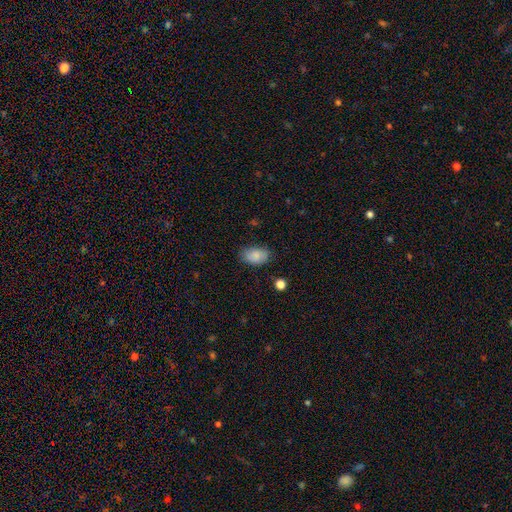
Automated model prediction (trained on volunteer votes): Q: Smooth or featured?
A: smooth (81%); runner-up: featured or disk (11%)
Q: How rounded?
A: in between (89%); runner-up: round (10%)
Q: Merging?
A: none (72%); runner-up: minor disturbance (22%)